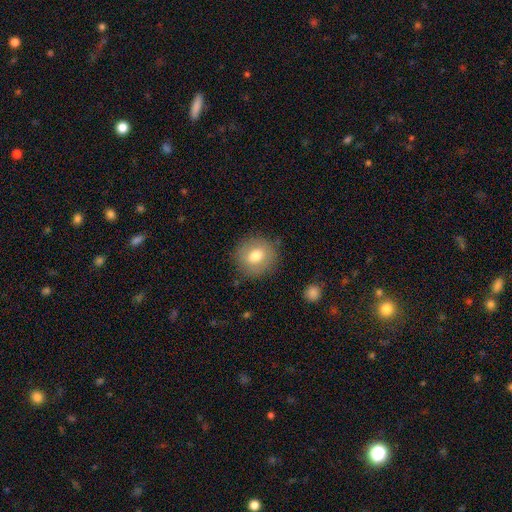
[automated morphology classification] This appears to be a smooth galaxy with no disk features (73%) that is round (80%). Merging: none (83%).